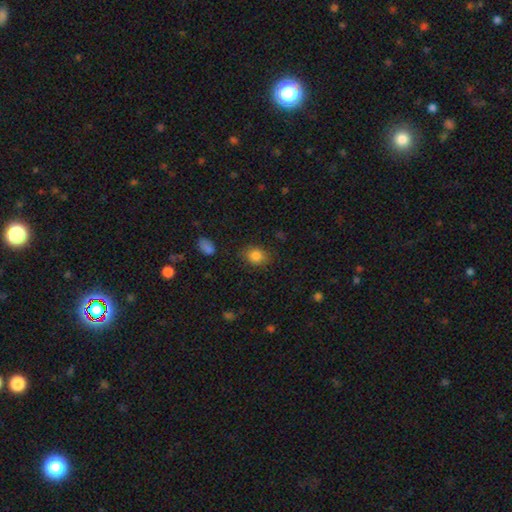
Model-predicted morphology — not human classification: The model was most divided on "how rounded": in between: 55%, round: 44%, cigar-shaped: 1%. More confident: smooth or featured — smooth (83%); merging — none (82%).